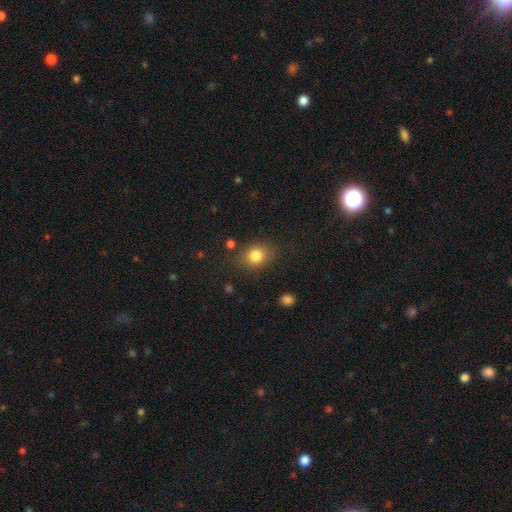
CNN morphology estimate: Smooth or featured: smooth — 82% (star or artifact — 11%)
How rounded: round — 59% (in between — 40%)
Merging: none — 78% (minor disturbance — 14%)